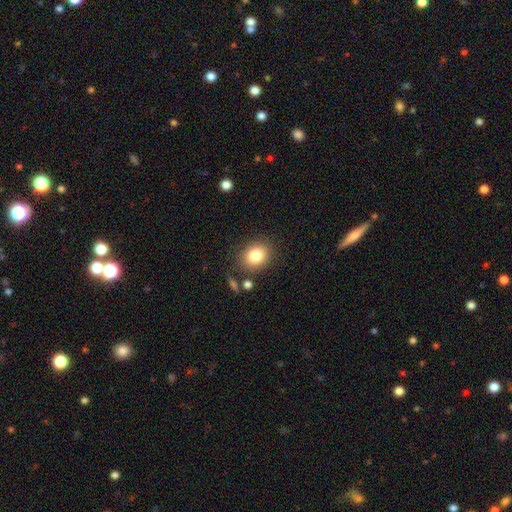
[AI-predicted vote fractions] A smooth galaxy with no disk features (82%) that is round (52%).

Vote fractions:
- Smooth or featured? smooth: 82% / star or artifact: 10% / featured or disk: 8%
- How rounded? round: 52% / in between: 47% / cigar-shaped: 1%
- Merging? none: 81% / minor disturbance: 11% / merger: 5% / major disturbance: 3%